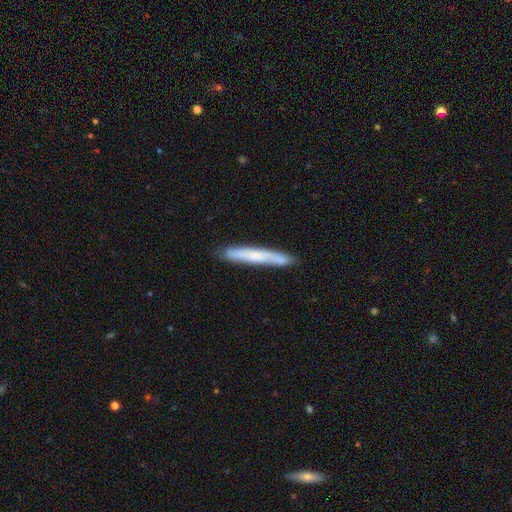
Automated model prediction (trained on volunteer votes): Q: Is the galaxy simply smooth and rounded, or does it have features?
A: smooth — 56%.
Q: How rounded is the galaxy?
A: cigar-shaped — 95%.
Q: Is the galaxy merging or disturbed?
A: none — 82%.